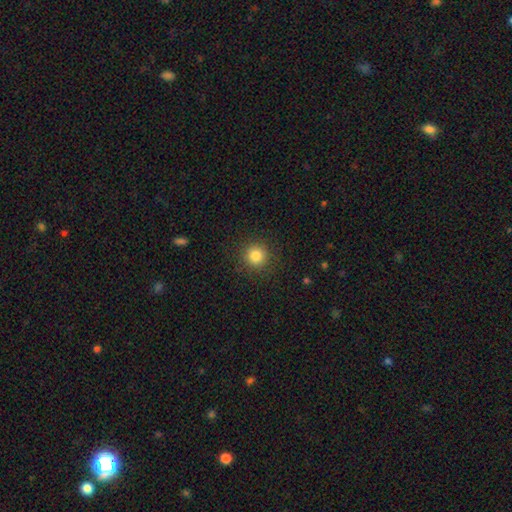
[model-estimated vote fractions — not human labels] smooth-or-featured: smooth: 83% | star or artifact: 12% | featured or disk: 5%
  how-rounded: round: 94% | in between: 5% | cigar-shaped: 1%
  merging: none: 90% | minor disturbance: 6% | major disturbance: 3% | merger: 1%